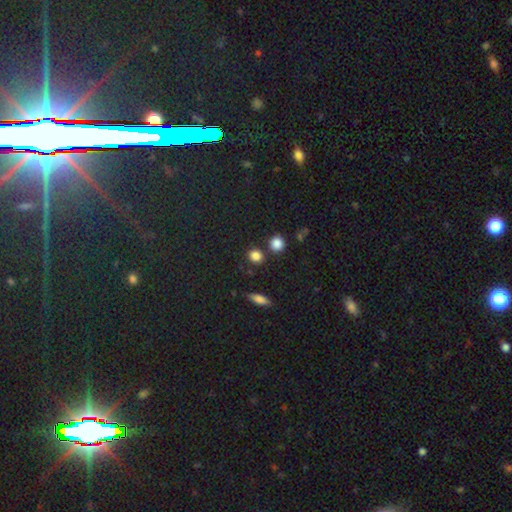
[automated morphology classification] Smooth or featured: smooth — 83% (star or artifact — 12%)
How rounded: round — 82% (in between — 16%)
Merging: none — 80% (merger — 9%)